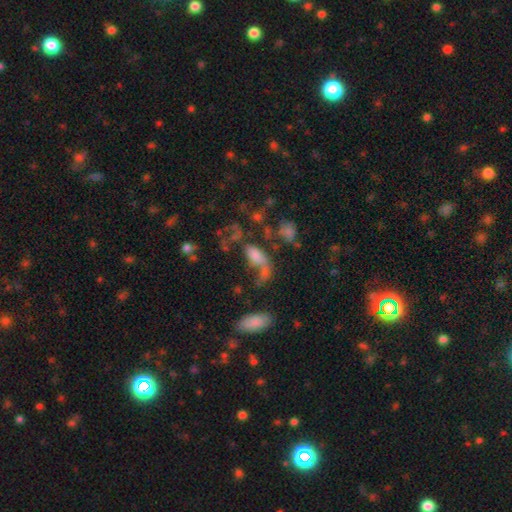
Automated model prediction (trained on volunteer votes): Overall: smooth (49%; featured or disk 36%). Merging: major disturbance (43%; none 22%).